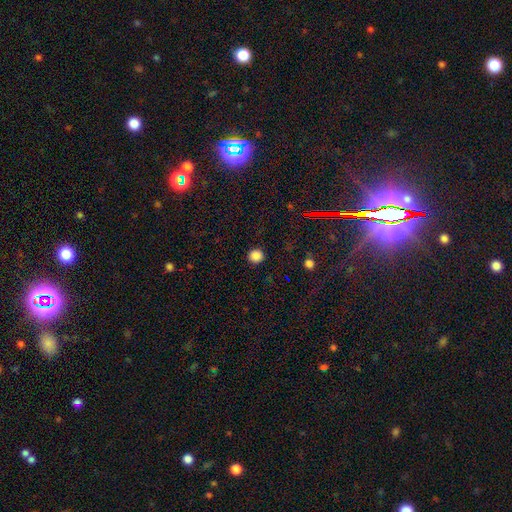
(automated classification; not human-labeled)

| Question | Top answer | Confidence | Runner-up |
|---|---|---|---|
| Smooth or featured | smooth | 86% | star or artifact (11%) |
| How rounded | round | 92% | in between (7%) |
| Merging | none | 92% | minor disturbance (5%) |